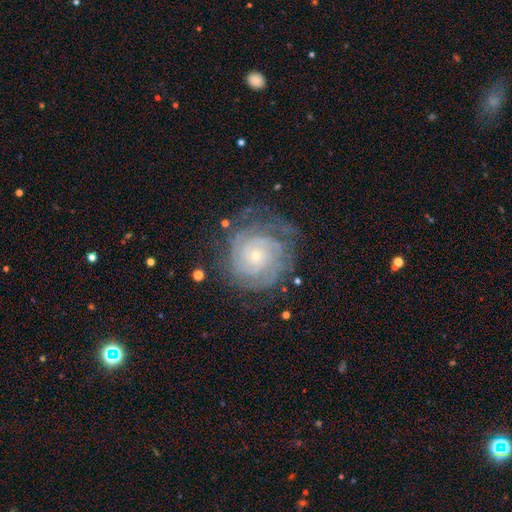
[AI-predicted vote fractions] A featured or disk galaxy (85%) with no bar (82%), tight (81%) spiral arms (96%) and a small central bulge (82%). Merging: none (70%).